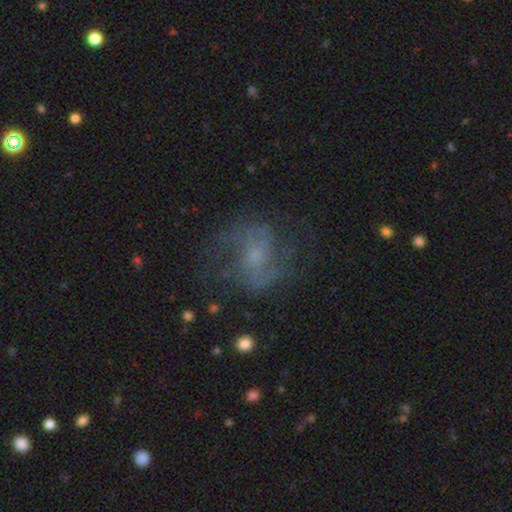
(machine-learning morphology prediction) Smooth or featured?
  - featured or disk: 71% *
  - smooth: 17%
  - star or artifact: 12%
Edge-on disk?
  - no: 97% *
  - yes: 3%
Bar?
  - no: 49% *
  - weak: 41%
  - strong: 10%
Spiral arms?
  - yes: 88% *
  - no: 12%
Spiral winding?
  - medium: 51% *
  - loose: 31%
  - tight: 18%
Spiral arm count?
  - 2: 80% *
  - can't tell: 11%
  - 3: 3%
  - 1: 2%
  - 4: 2%
  - more than 4: 1%
Bulge size?
  - small: 50% *
  - moderate: 31%
  - none: 13%
  - large: 4%
  - dominant: 1%
Merging?
  - none: 68% *
  - minor disturbance: 17%
  - major disturbance: 14%
  - merger: 1%